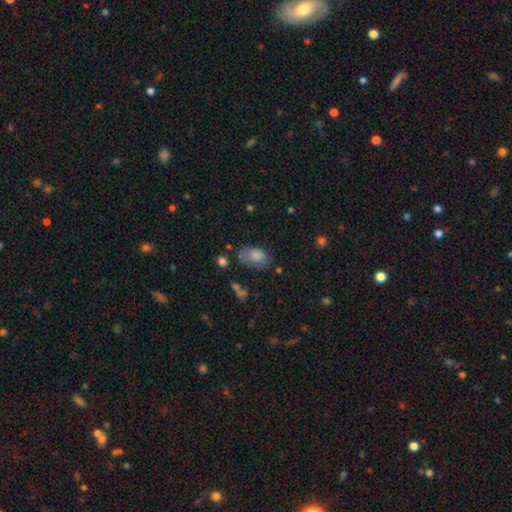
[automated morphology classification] Q: Smooth or featured?
A: smooth (80%); runner-up: featured or disk (11%)
Q: How rounded?
A: in between (89%); runner-up: round (9%)
Q: Merging?
A: none (51%); runner-up: minor disturbance (30%)